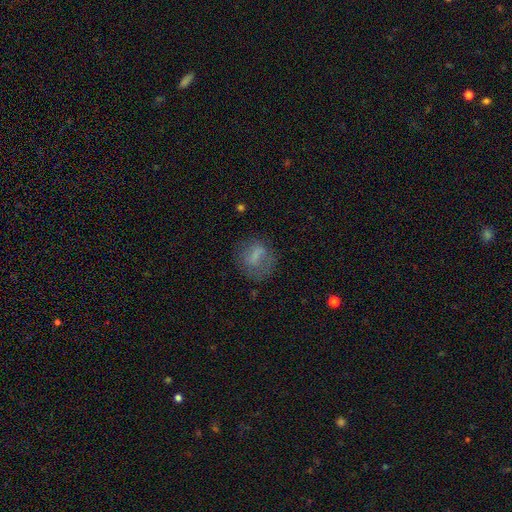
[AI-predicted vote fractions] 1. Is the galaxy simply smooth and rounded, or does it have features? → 61% smooth, 27% featured or disk, 12% star or artifact.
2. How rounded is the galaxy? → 60% round, 37% in between, 3% cigar-shaped.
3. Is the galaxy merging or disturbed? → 58% none, 21% minor disturbance, 19% major disturbance, 2% merger.